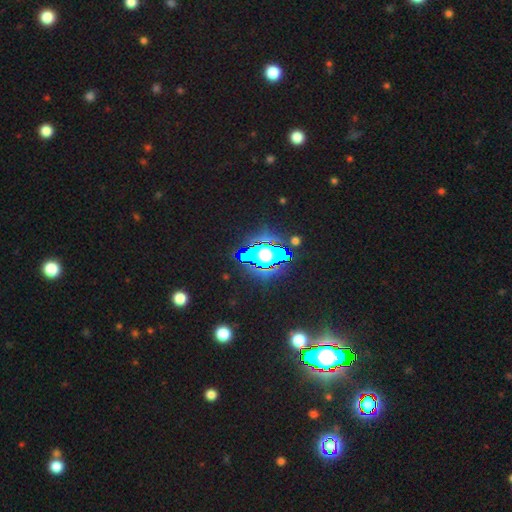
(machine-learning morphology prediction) smooth_or_featured: star or artifact (p=0.82) [alt: smooth p=0.10]